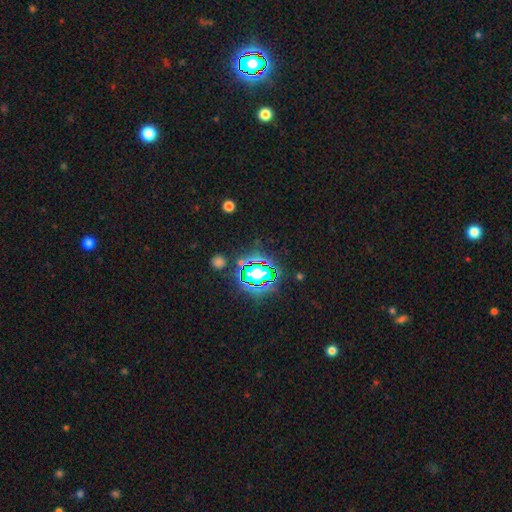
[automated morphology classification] This appears to be a star or artifact, not a galaxy (83%).